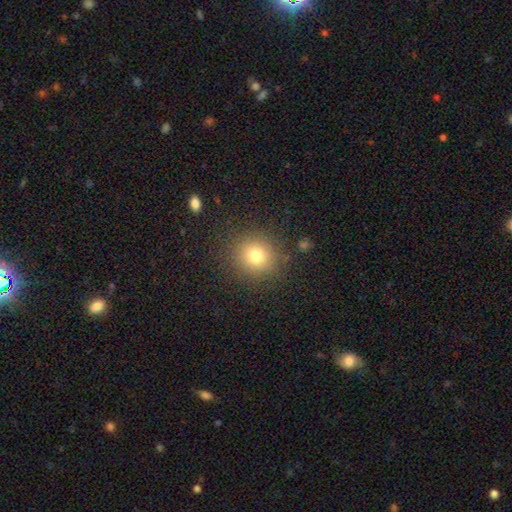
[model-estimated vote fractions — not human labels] A smooth galaxy with no disk features (76%) that is round (87%). Merging: none (87%).